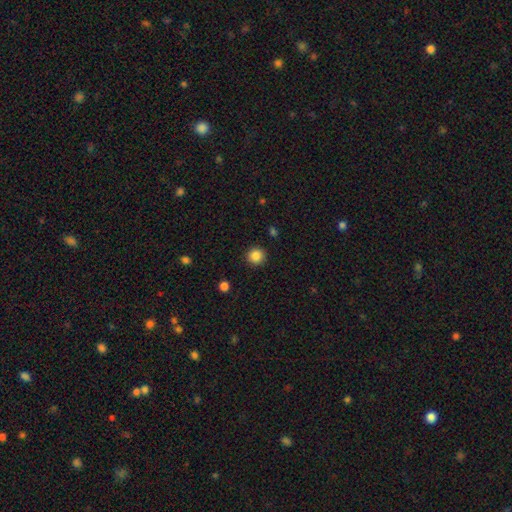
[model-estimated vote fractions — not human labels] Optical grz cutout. It shows a smooth galaxy with no disk features (86%) that is round (94%). Merging: none (92%).